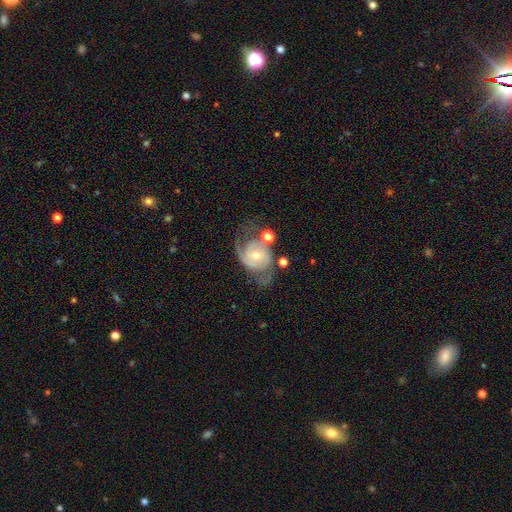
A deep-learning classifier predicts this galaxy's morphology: Smooth or featured? featured or disk (83%)
Edge-on disk? no (97%)
Bar? no (64%)
Spiral arms? yes (95%)
Spiral winding? medium (49%)
Spiral arm count? 2 (78%)
Bulge size? small (49%)
Merging? none (49%)